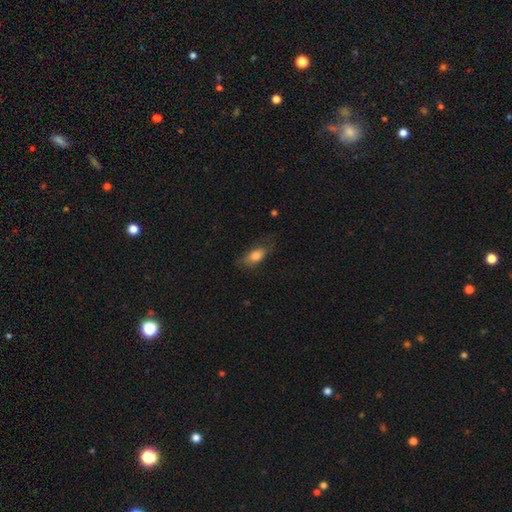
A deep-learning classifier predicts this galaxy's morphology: smooth_or_featured: smooth (p=0.78) [alt: featured or disk p=0.14]
how_rounded: in between (p=0.83) [alt: cigar-shaped p=0.12]
merging: none (p=0.69) [alt: minor disturbance p=0.23]